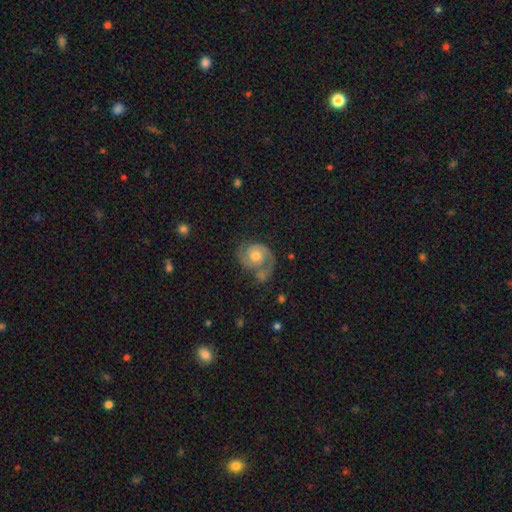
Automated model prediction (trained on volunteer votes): Smooth or featured: featured or disk — 78% (smooth — 16%)
Edge-on disk: no — 98% (yes — 2%)
Bar: no — 75% (weak — 21%)
Spiral arms: yes — 94% (no — 6%)
Spiral winding: medium — 43% (tied with tight — 43%)
Spiral arm count: 2 — 81% (1 — 11%)
Bulge size: moderate — 64% (small — 24%)
Merging: none — 54% (minor disturbance — 19%)